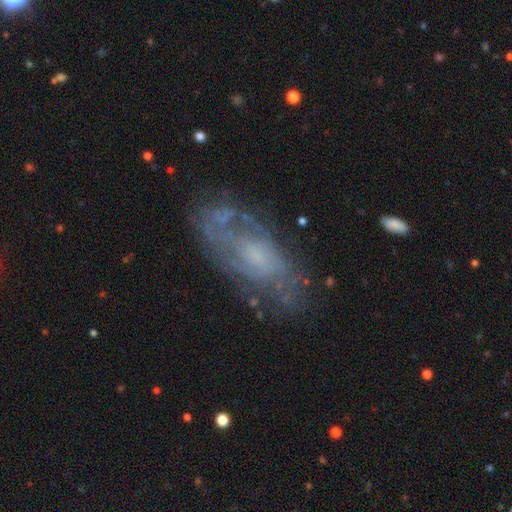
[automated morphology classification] The model was most divided on "bulge size": small: 38%, none: 29%, moderate: 26%, large: 6%, dominant: 1%. More confident: edge-on disk — no (92%); spiral arms — yes (74%); smooth or featured — featured or disk (72%); bar — no (71%); merging — none (66%).